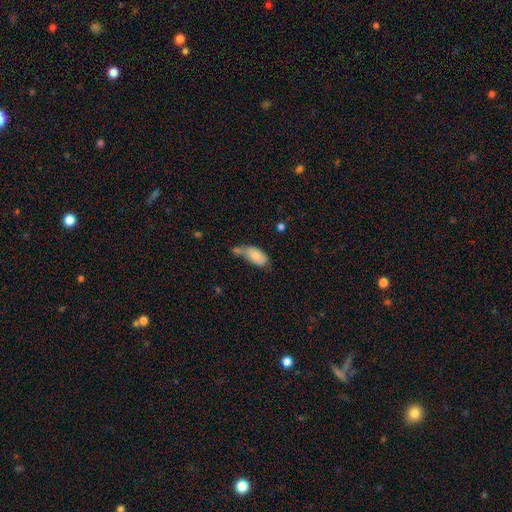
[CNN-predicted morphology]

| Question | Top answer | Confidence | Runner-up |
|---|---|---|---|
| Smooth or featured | smooth | 80% | featured or disk (12%) |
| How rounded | in between | 92% | cigar-shaped (5%) |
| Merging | merger | 35% | none (33%) |